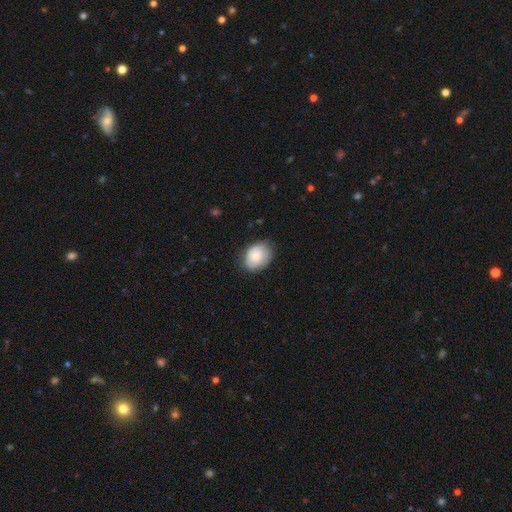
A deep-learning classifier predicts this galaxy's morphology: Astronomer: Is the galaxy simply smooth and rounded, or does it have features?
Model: smooth — 74%.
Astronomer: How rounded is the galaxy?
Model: in between — 63%.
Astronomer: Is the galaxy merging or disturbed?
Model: none — 71%.